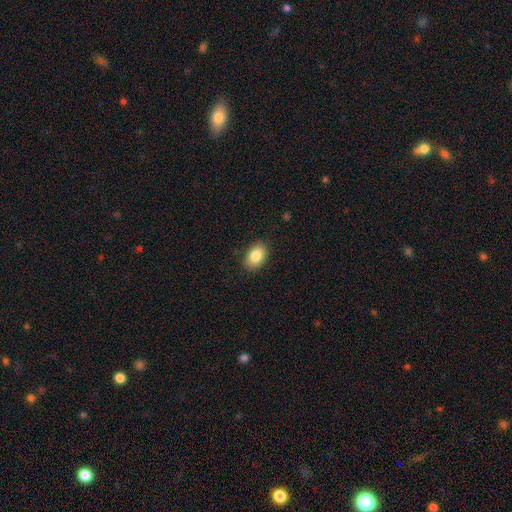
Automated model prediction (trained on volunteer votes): Smooth or featured? Predicted: smooth (p=0.85). How rounded? Predicted: in between (p=0.86). Merging? Predicted: none (p=0.88).